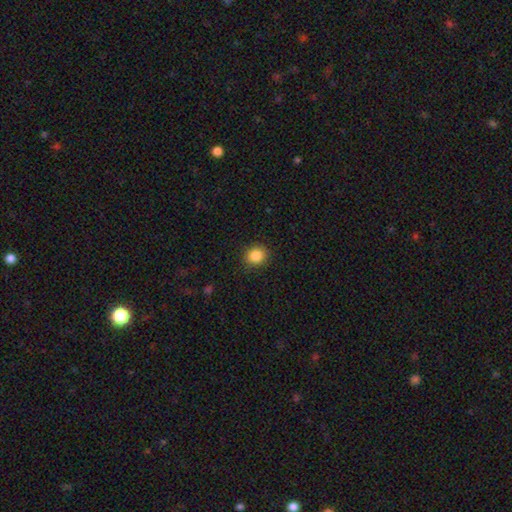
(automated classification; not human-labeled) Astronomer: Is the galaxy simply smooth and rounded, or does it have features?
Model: smooth — 86%.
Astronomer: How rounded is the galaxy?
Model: round — 78%.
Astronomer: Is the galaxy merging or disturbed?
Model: none — 89%.